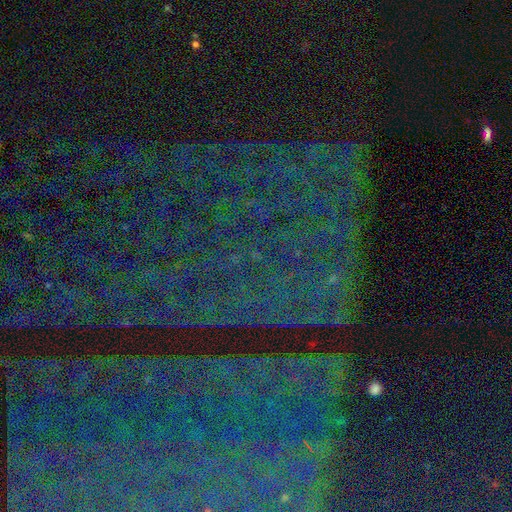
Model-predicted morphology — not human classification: Smooth or featured? star or artifact (85%)